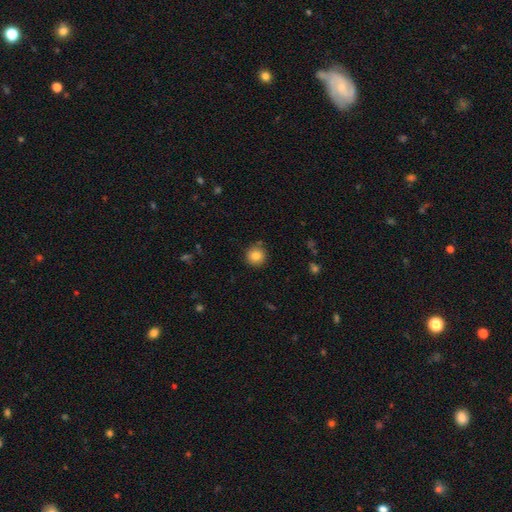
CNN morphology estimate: smooth-or-featured: smooth: 84% | star or artifact: 10% | featured or disk: 6%
  how-rounded: round: 94% | in between: 5% | cigar-shaped: 1%
  merging: none: 86% | minor disturbance: 9% | merger: 3% | major disturbance: 2%